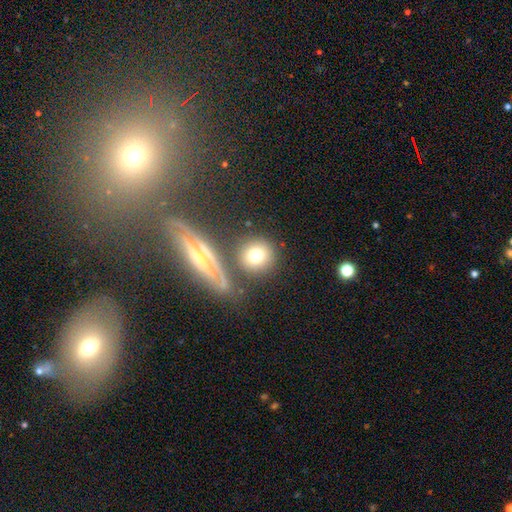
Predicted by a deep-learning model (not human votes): A smooth galaxy with no disk features (70%) that is round (88%). Merging: none (76%).